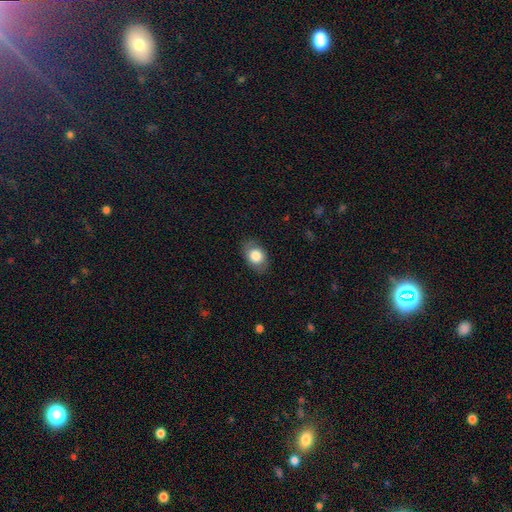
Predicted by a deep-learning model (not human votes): Q: Smooth or featured?
A: smooth (79%); runner-up: featured or disk (14%)
Q: How rounded?
A: in between (76%); runner-up: round (23%)
Q: Merging?
A: none (82%); runner-up: minor disturbance (14%)